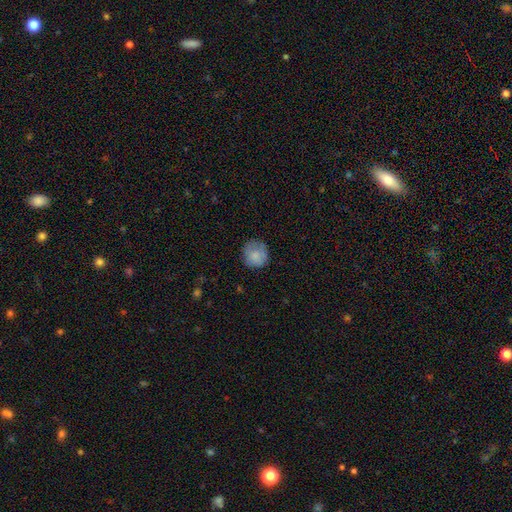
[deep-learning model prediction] This is clearly a smooth galaxy (81%). How rounded: clearly round (88%). Merging: likely none (75%).